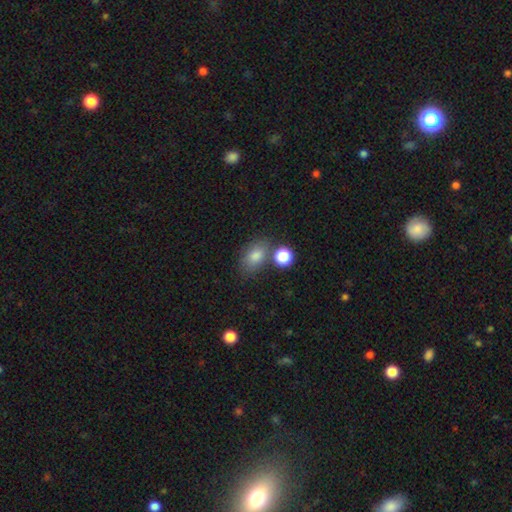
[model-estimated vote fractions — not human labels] smooth_or_featured: smooth (p=0.80) [alt: star or artifact p=0.11]
how_rounded: in between (p=0.79) [alt: round p=0.20]
merging: none (p=0.68) [alt: minor disturbance p=0.14]